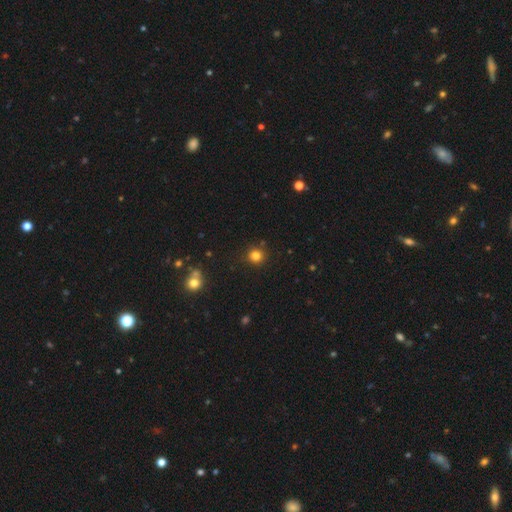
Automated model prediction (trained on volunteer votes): This appears to be a smooth galaxy with no disk features (81%) that is round (92%). Merging: none (88%).